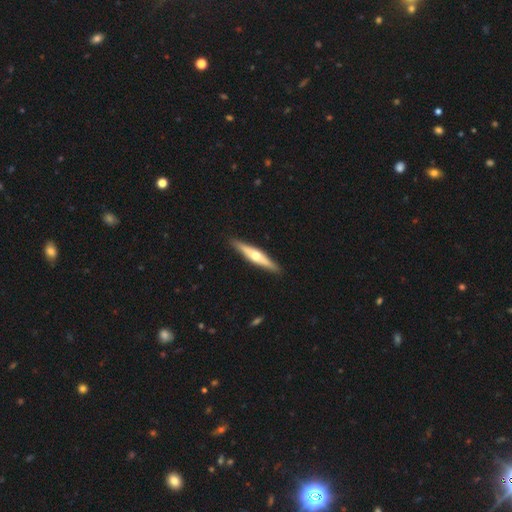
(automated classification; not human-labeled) Overall: featured or disk (61%; smooth 34%). Edge-on disk: yes (94%). Edge-on bulge: rounded (91%). Merging: none (90%).